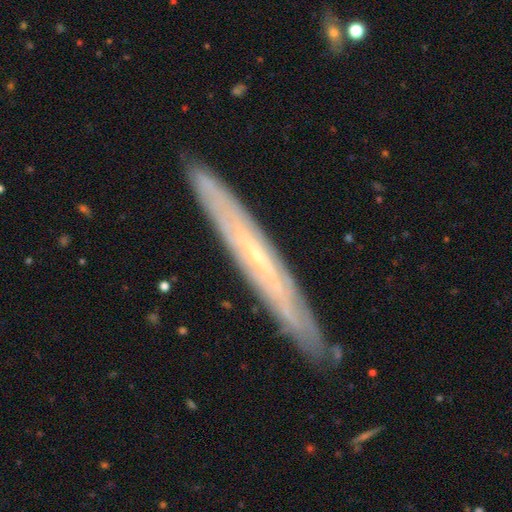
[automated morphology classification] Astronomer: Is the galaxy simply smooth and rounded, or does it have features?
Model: featured or disk — 70%.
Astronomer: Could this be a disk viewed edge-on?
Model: yes — 81%.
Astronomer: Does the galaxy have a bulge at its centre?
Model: none — 69%.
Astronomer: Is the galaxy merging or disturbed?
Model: none — 88%.